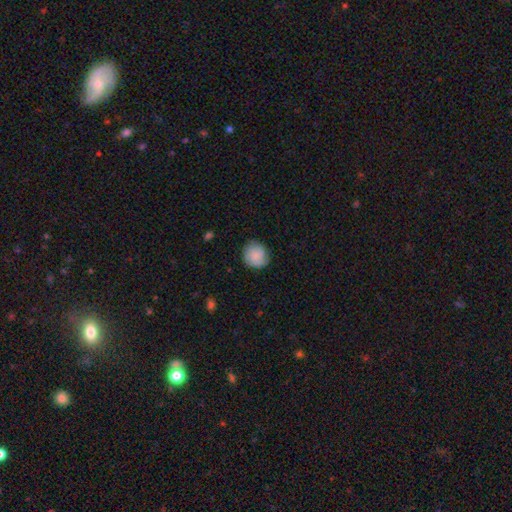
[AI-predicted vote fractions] smooth-or-featured: smooth: 80% | featured or disk: 13% | star or artifact: 7%
  how-rounded: round: 86% | in between: 13% | cigar-shaped: 1%
  merging: none: 77% | minor disturbance: 17% | major disturbance: 4% | merger: 1%